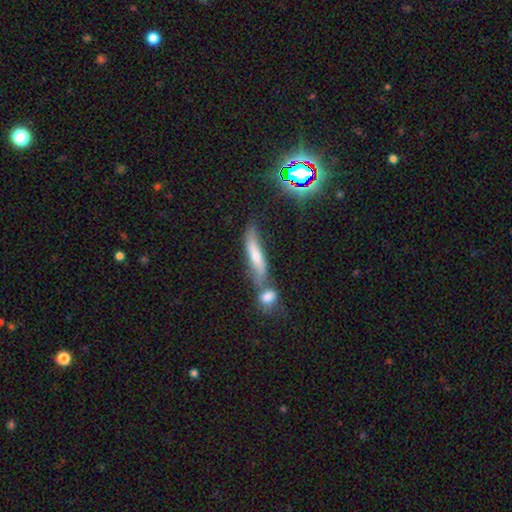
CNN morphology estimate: Overall: smooth (47%; featured or disk 39%). Merging: merger (41%; none 39%).